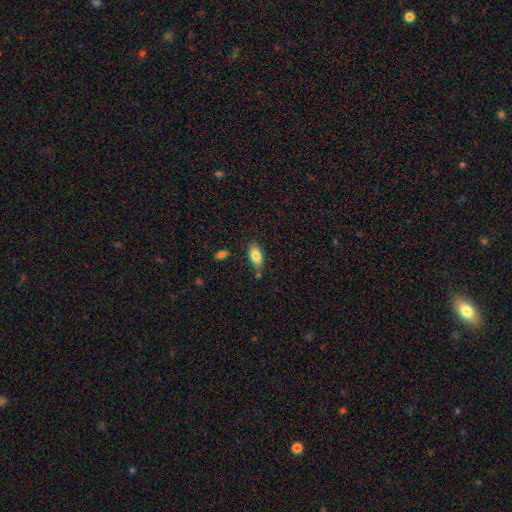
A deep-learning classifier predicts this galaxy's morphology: Smooth or featured? smooth (84%)
How rounded? in between (90%)
Merging? none (74%)